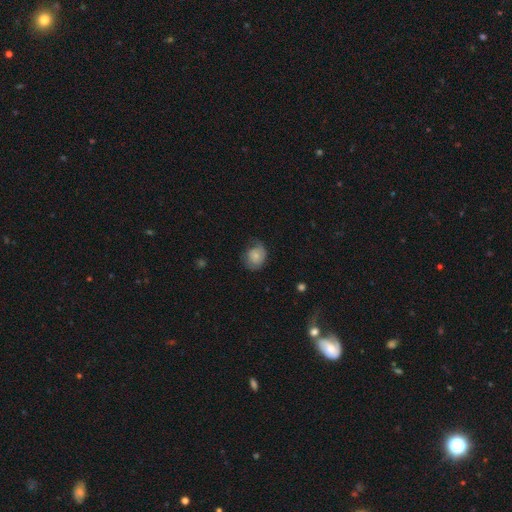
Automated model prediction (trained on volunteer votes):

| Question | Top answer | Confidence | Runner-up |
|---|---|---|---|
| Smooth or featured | smooth | 72% | featured or disk (21%) |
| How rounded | round | 60% | in between (39%) |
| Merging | none | 52% | minor disturbance (32%) |